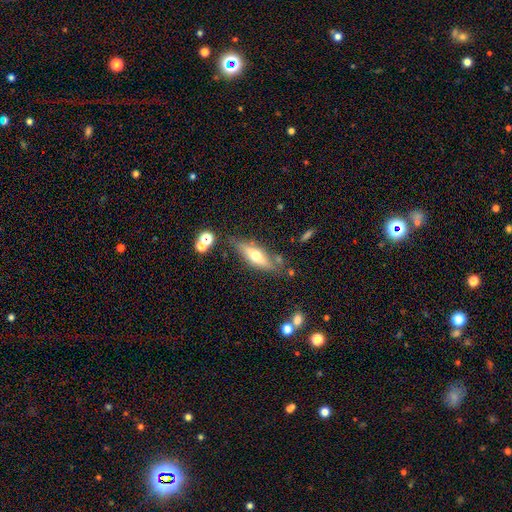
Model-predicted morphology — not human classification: smooth_or_featured: featured or disk (p=0.47) [alt: smooth p=0.45]
merging: none (p=0.73) [alt: minor disturbance p=0.16]